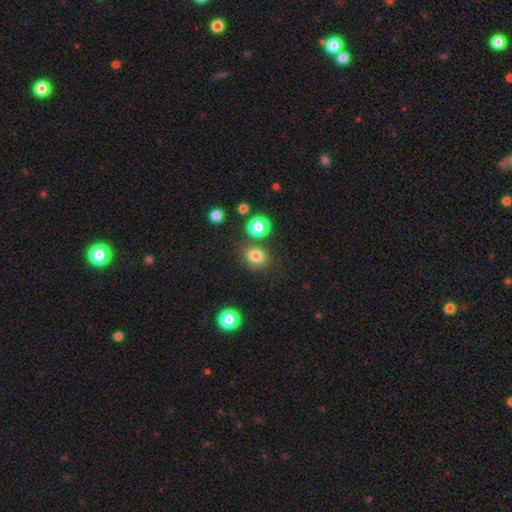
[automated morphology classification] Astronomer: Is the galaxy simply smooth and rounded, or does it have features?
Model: smooth — 80%.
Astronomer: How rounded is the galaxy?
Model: round — 63%.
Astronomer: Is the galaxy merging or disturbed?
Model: none — 75%.